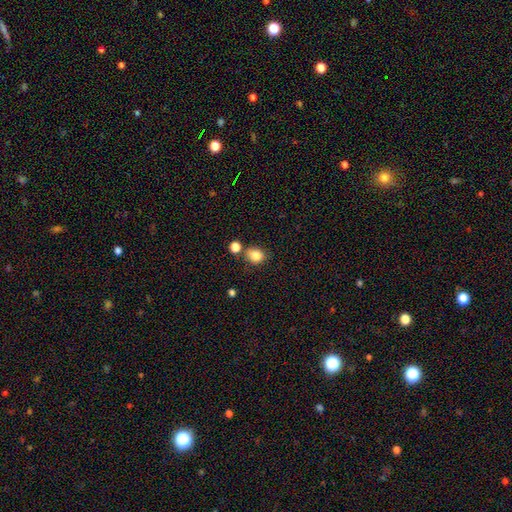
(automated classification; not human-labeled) smooth 82%, star or artifact 11%, featured or disk 6%. Down the decision tree: how rounded — round (65%); merging — none (69%).